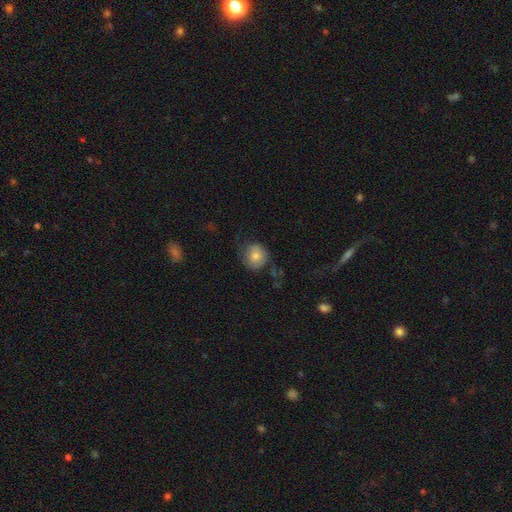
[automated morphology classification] This is likely a smooth galaxy (78%). How rounded: clearly round (83%). Merging: likely none (66%).